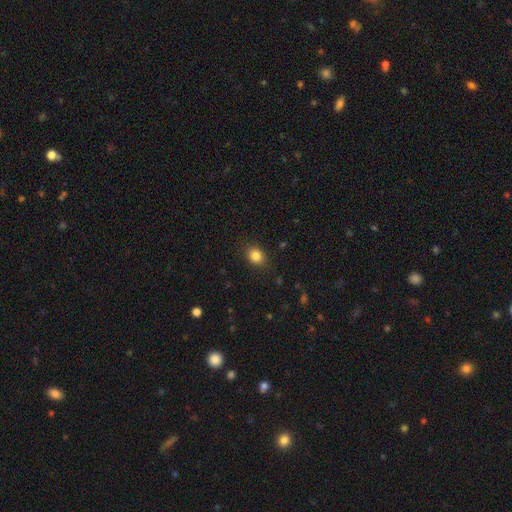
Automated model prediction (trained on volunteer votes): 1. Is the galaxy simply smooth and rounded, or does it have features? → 84% smooth, 11% star or artifact, 5% featured or disk.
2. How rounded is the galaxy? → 51% round, 48% in between, 1% cigar-shaped.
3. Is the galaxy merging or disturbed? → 88% none, 9% minor disturbance, 2% major disturbance, 1% merger.